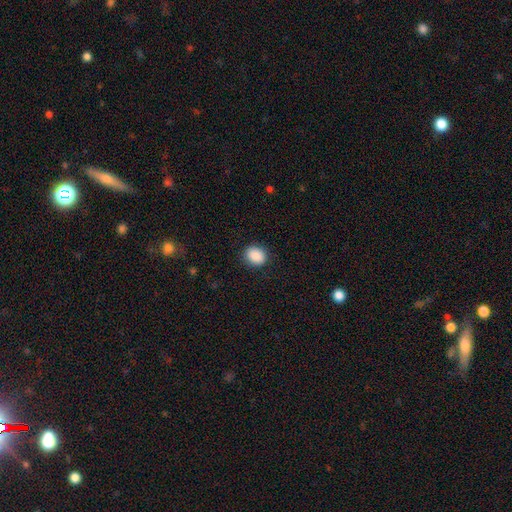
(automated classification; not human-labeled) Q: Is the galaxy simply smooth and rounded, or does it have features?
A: smooth — 90%.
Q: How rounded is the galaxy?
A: round — 57%.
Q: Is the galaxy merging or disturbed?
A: none — 88%.